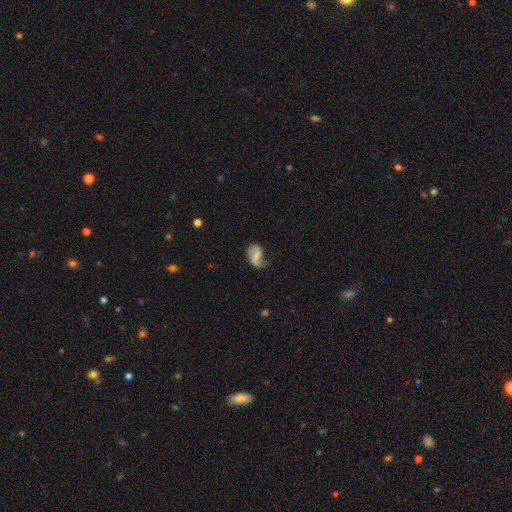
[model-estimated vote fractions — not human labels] A featured or disk galaxy (64%) with a weak bar (43%), 2 (64%) loose (67%) spiral arms (86%) and no central bulge (53%). Merging: none (41%).